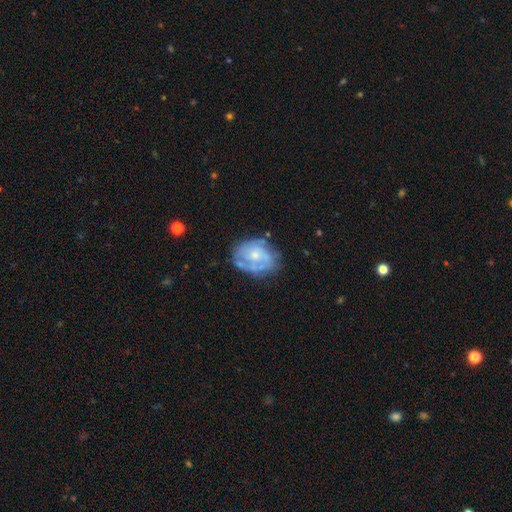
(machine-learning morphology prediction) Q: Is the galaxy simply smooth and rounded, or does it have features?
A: featured or disk — 73%.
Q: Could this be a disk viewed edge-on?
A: no — 98%.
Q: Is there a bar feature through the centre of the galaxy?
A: no — 74%.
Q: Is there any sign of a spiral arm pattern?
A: yes — 79%.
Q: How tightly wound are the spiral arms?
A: tight — 51%.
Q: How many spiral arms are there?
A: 2 — 38%.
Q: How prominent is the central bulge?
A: small — 57%.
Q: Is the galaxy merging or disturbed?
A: none — 60%.